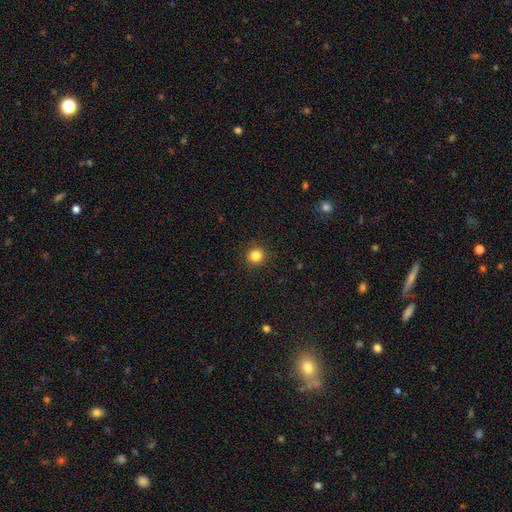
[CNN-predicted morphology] Q: Smooth or featured?
A: smooth (84%); runner-up: star or artifact (12%)
Q: How rounded?
A: round (92%); runner-up: in between (7%)
Q: Merging?
A: none (91%); runner-up: minor disturbance (6%)